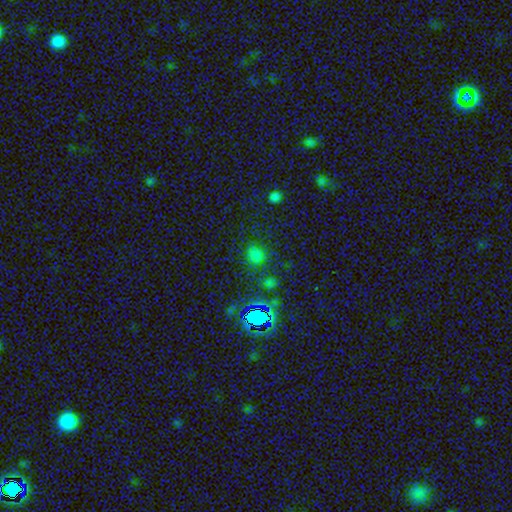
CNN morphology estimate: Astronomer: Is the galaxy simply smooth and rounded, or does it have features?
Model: smooth — 53% (runner-up: star or artifact, 40%).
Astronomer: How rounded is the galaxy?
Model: round — 79%.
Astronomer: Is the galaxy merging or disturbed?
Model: none — 79%.